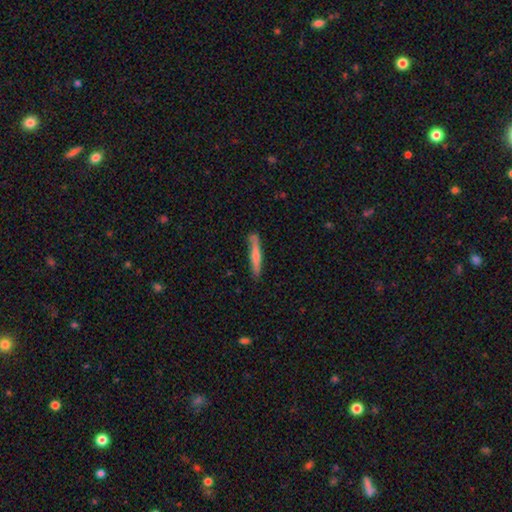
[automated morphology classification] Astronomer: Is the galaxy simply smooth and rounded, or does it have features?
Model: smooth — 64%.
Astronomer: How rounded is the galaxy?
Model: cigar-shaped — 94%.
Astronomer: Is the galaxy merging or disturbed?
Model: none — 79%.